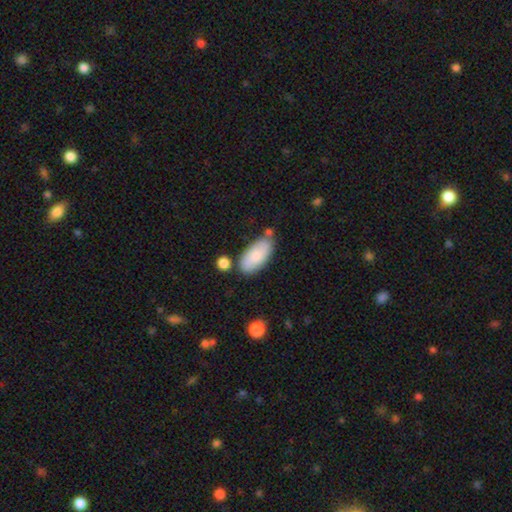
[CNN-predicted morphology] The model was most divided on "merging": none: 69%, minor disturbance: 18%, merger: 9%, major disturbance: 4%. More confident: how rounded — in between (91%); smooth or featured — smooth (82%).